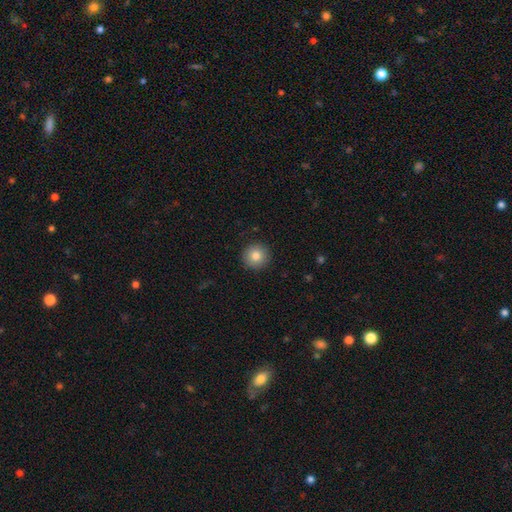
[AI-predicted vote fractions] smooth_or_featured: smooth (p=0.82) [alt: star or artifact p=0.10]
how_rounded: round (p=0.96) [alt: in between p=0.03]
merging: none (p=0.93) [alt: minor disturbance p=0.05]